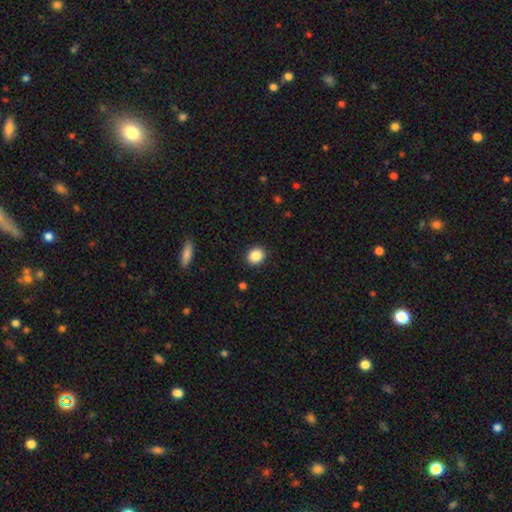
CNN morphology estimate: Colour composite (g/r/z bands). It shows a smooth galaxy with no disk features (86%) that is round (73%). Merging: none (90%).